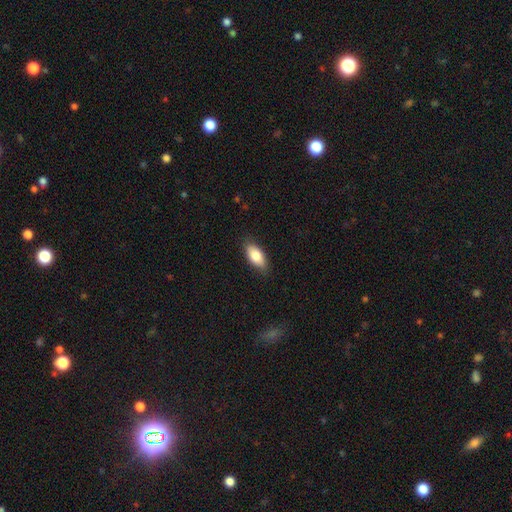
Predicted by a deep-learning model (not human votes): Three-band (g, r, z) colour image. It shows a smooth galaxy with no disk features (81%) that is in between round and cigar-shaped (87%). Merging: none (85%).